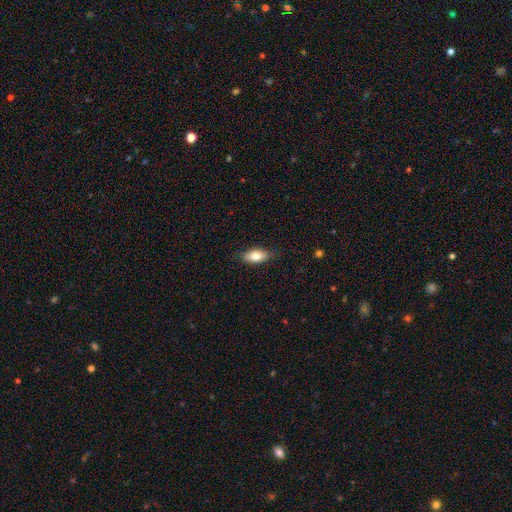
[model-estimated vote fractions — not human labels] Smooth or featured? smooth (80%)
How rounded? in between (88%)
Merging? none (83%)